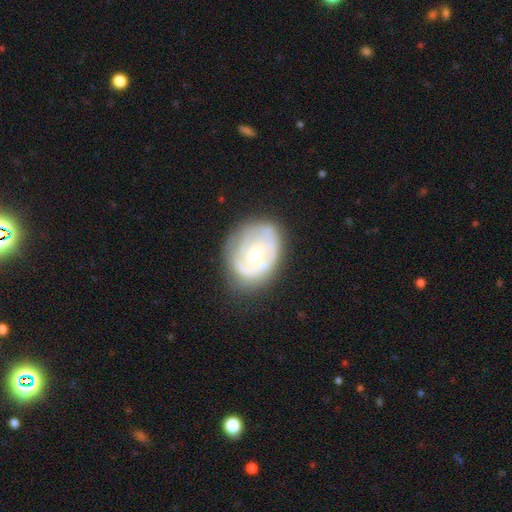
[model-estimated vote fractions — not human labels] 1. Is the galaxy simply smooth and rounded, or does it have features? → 64% featured or disk, 29% smooth, 6% star or artifact.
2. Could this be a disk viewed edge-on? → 97% no, 3% yes.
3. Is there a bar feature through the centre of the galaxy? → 78% no, 18% weak, 4% strong.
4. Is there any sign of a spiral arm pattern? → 58% yes, 42% no.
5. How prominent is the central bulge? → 53% moderate, 38% small, 6% large, 2% none, 1% dominant.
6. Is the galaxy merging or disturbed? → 63% none, 24% minor disturbance, 11% major disturbance, 2% merger.